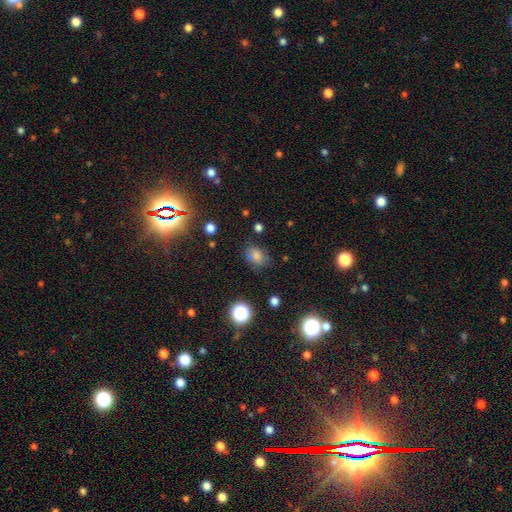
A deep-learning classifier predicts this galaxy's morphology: type=smooth (77%); roundness=in between (65%); merging=none (75%).